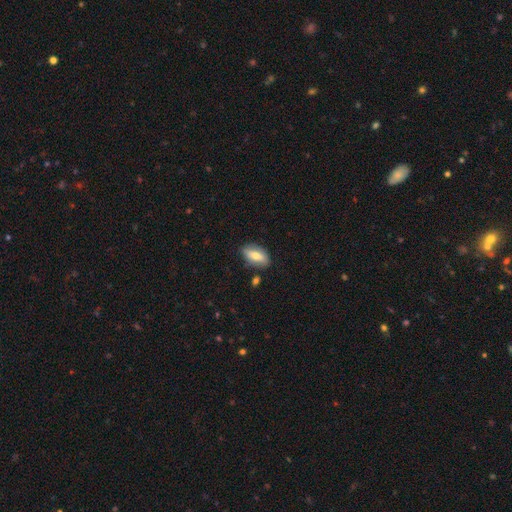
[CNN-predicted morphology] Smooth or featured? smooth (65%)
How rounded? in between (88%)
Merging? none (80%)